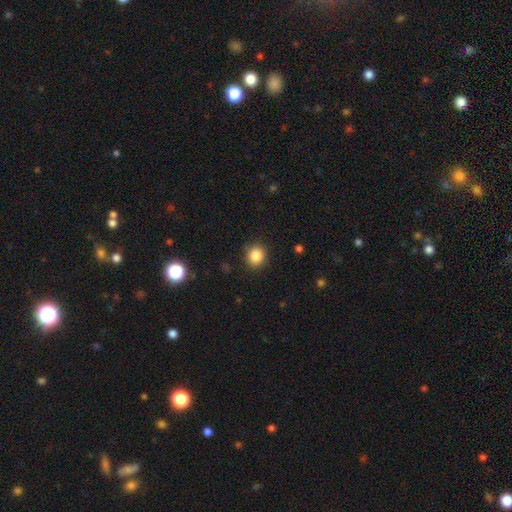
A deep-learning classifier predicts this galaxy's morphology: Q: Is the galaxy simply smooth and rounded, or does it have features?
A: smooth — 85%.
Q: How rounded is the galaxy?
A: round — 85%.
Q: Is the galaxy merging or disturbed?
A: none — 88%.